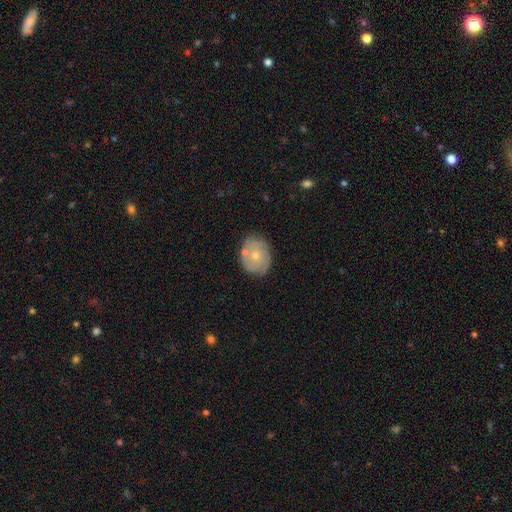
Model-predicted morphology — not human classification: type=featured or disk (47%); merging=none (65%).